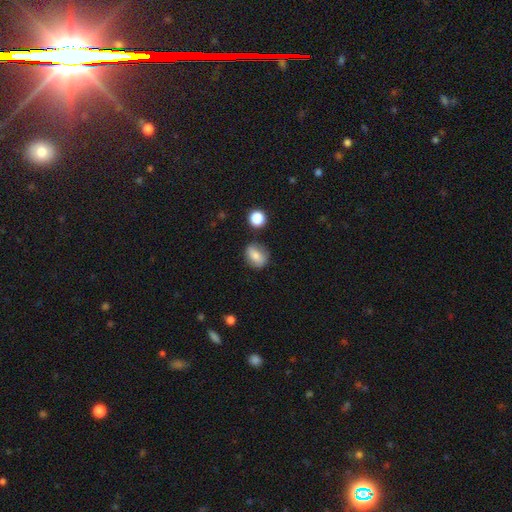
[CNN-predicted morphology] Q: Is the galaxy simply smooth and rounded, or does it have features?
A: smooth — 75%.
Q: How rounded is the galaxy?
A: in between — 61%.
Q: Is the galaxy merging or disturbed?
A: none — 75%.